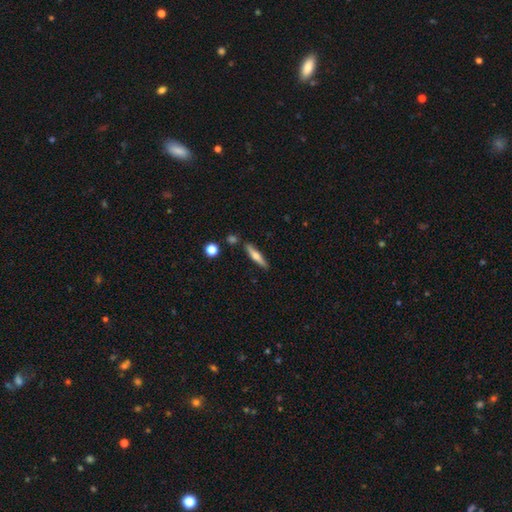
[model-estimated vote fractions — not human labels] Smooth or featured?
  - smooth: 51% *
  - featured or disk: 43%
  - star or artifact: 6%
How rounded?
  - cigar-shaped: 84% *
  - in between: 14%
  - round: 2%
Merging?
  - none: 84% *
  - minor disturbance: 9%
  - merger: 5%
  - major disturbance: 2%